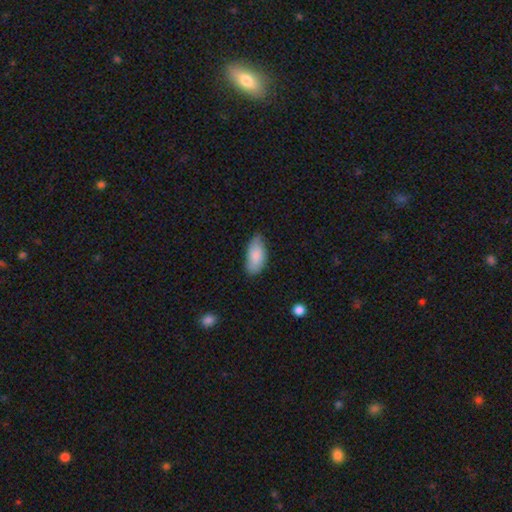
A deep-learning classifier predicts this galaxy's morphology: Smooth or featured?
  - smooth: 84% *
  - featured or disk: 10%
  - star or artifact: 6%
How rounded?
  - in between: 93% *
  - cigar-shaped: 6%
  - round: 2%
Merging?
  - none: 70% *
  - minor disturbance: 25%
  - major disturbance: 4%
  - merger: 1%